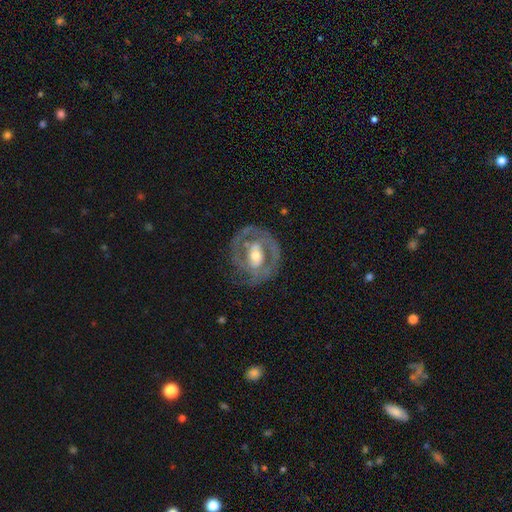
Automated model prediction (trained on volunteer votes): smooth_or_featured: featured or disk (p=0.83) [alt: smooth p=0.12]
disk_edge_on: no (p=0.97) [alt: yes p=0.03]
bar: weak (p=0.37) [alt: no p=0.36]
has_spiral_arms: yes (p=0.78) [alt: no p=0.22]
spiral_winding: tight (p=0.51) [alt: medium p=0.37]
spiral_arm_count: 2 (p=0.59) [alt: can't tell p=0.18]
bulge_size: moderate (p=0.66) [alt: small p=0.23]
merging: none (p=0.69) [alt: minor disturbance p=0.18]